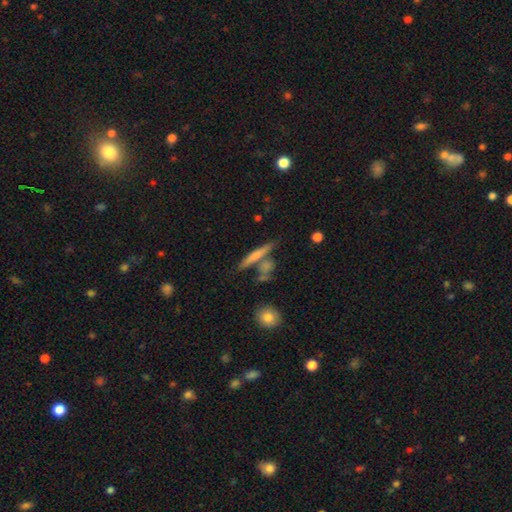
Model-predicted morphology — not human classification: type=smooth (58%); roundness=cigar-shaped (87%); merging=none (64%).